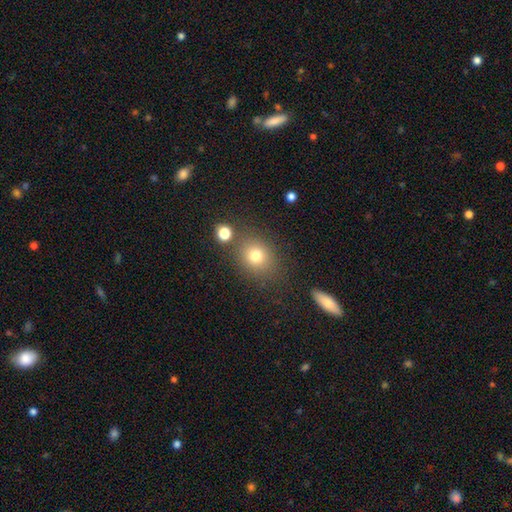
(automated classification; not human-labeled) This is likely a smooth galaxy (76%). How rounded: likely round (64%). Merging: likely none (76%).